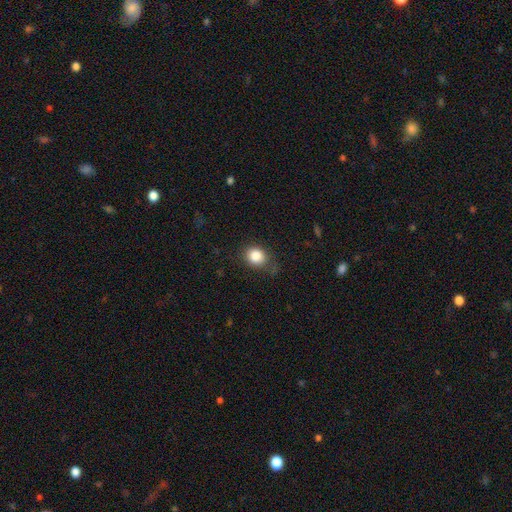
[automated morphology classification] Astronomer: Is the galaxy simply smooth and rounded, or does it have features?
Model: smooth — 85%.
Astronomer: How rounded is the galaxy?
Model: round — 72%.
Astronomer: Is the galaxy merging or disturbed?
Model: none — 71%.